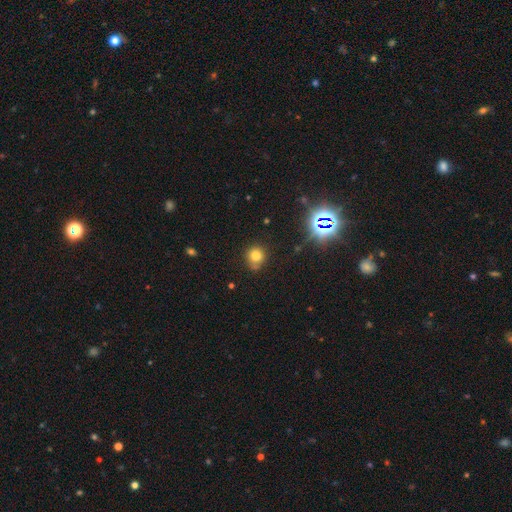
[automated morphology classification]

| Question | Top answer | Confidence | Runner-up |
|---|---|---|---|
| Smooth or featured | smooth | 74% | star or artifact (18%) |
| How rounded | round | 84% | in between (15%) |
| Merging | none | 69% | minor disturbance (20%) |